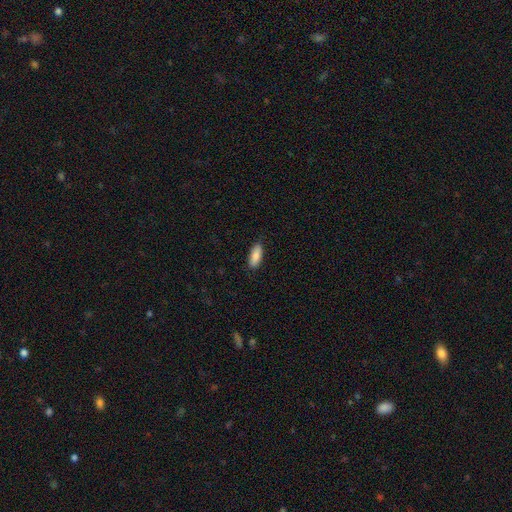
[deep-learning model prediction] smooth 88%, featured or disk 6%, star or artifact 6%. Down the decision tree: how rounded — in between (77%); merging — none (87%).